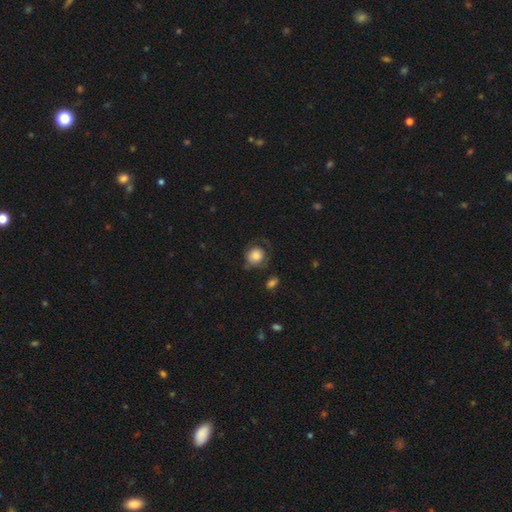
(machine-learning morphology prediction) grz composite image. It shows a smooth galaxy with no disk features (76%) that is round (77%). Merging: none (51%).